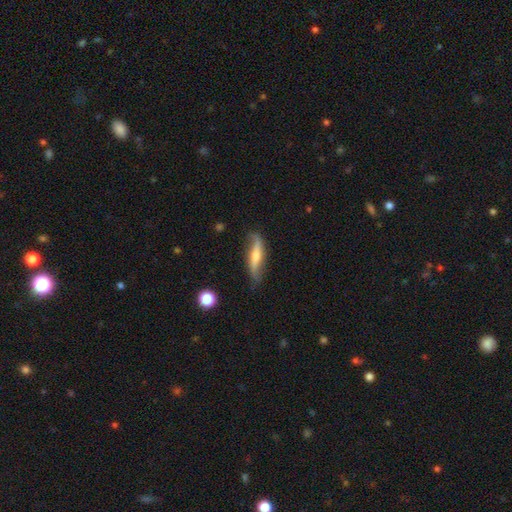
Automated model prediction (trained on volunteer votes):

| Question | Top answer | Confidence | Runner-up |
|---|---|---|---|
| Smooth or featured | featured or disk | 64% | smooth (29%) |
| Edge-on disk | yes | 51% | no (49%) |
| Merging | none | 70% | minor disturbance (22%) |